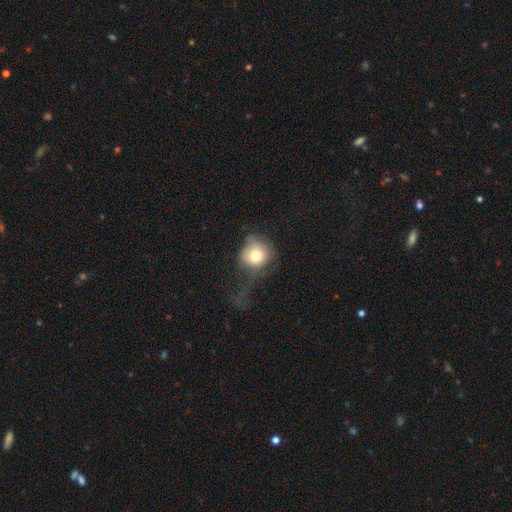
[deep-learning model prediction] smooth-or-featured: smooth: 73% | featured or disk: 17% | star or artifact: 10%
  how-rounded: round: 83% | in between: 16% | cigar-shaped: 1%
  merging: major disturbance: 41% | none: 29% | minor disturbance: 27% | merger: 3%